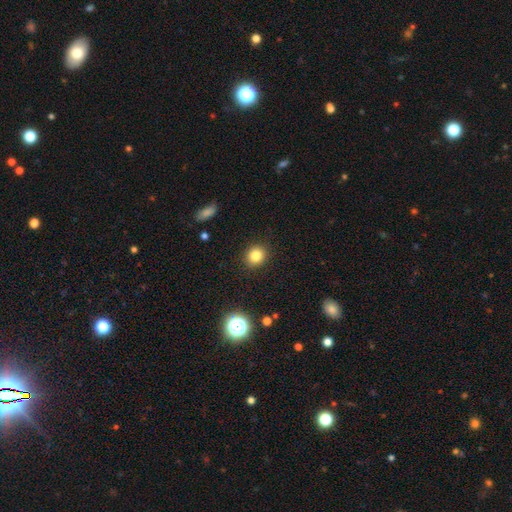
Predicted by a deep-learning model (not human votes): A smooth galaxy with no disk features (83%) that is round (77%).

Vote fractions:
- Smooth or featured? smooth: 83% / star or artifact: 12% / featured or disk: 6%
- How rounded? round: 77% / in between: 22% / cigar-shaped: 1%
- Merging? none: 90% / minor disturbance: 7% / major disturbance: 2% / merger: 1%